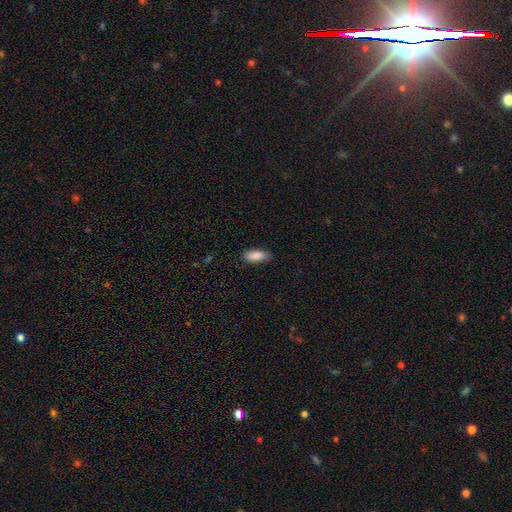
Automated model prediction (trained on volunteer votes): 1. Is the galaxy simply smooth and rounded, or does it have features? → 89% smooth, 6% star or artifact, 5% featured or disk.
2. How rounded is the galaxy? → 79% in between, 19% cigar-shaped, 2% round.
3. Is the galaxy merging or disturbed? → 80% none, 17% minor disturbance, 3% major disturbance, 1% merger.